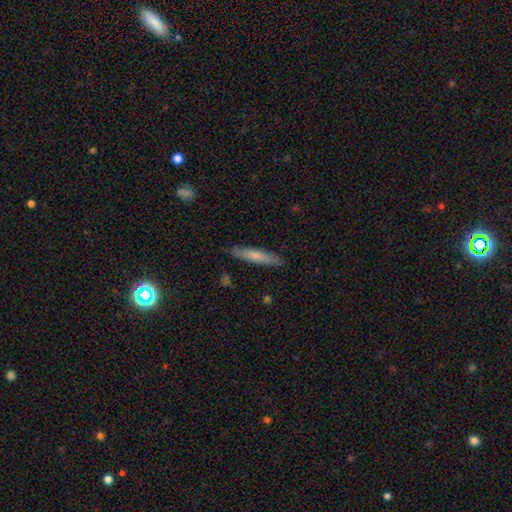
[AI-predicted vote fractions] This appears to be a smooth galaxy with no disk features (65%) that is cigar-shaped (89%). Merging: none (86%).